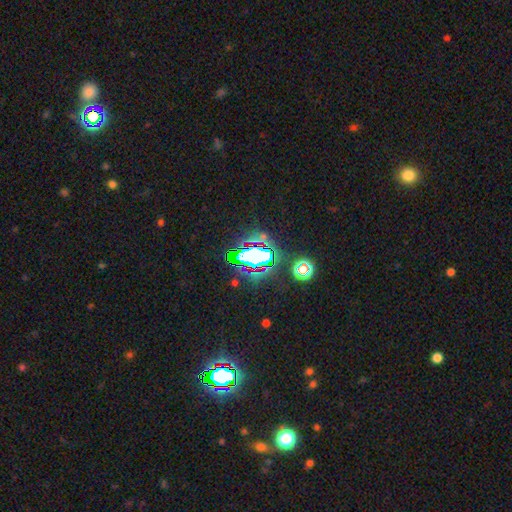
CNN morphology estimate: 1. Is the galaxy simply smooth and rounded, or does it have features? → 65% star or artifact, 22% smooth, 13% featured or disk.